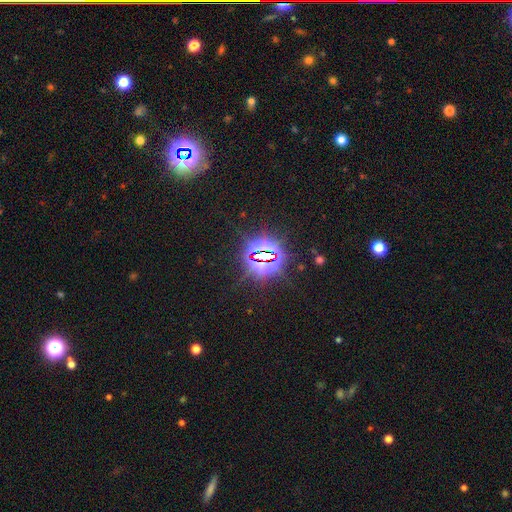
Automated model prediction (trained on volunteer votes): A star or artifact, not a galaxy (84%).